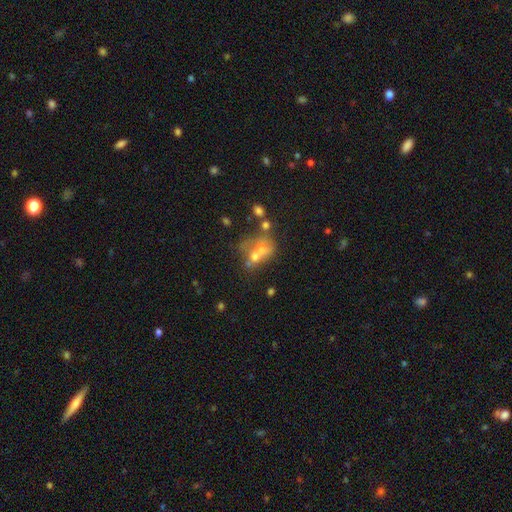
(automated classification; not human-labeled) Overall: smooth (42%; featured or disk 35%). Merging: merger (48%; none 29%).